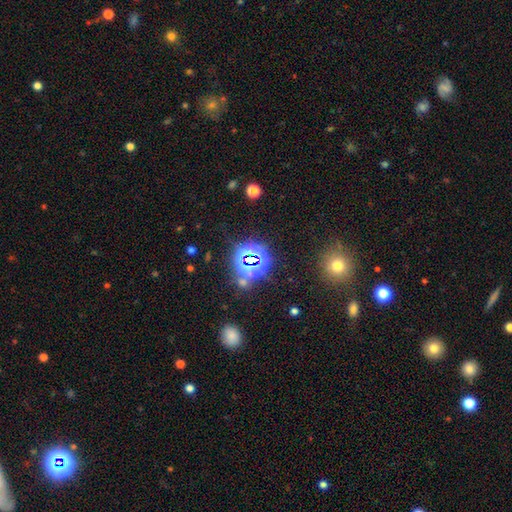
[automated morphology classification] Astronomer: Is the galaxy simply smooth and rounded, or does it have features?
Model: star or artifact — 78%.